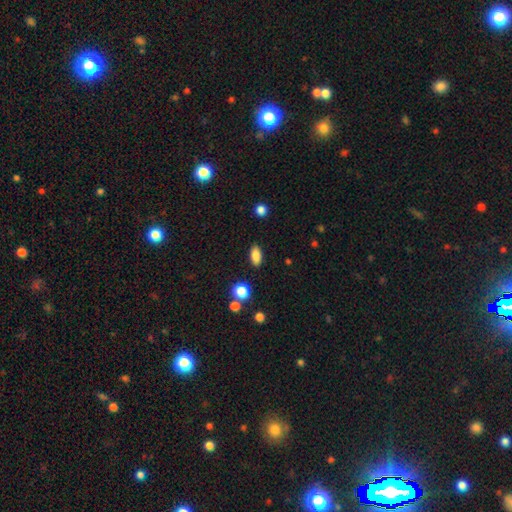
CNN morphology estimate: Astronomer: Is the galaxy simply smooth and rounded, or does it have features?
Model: smooth — 85%.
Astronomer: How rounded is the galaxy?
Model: in between — 89%.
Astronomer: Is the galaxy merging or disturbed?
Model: none — 88%.